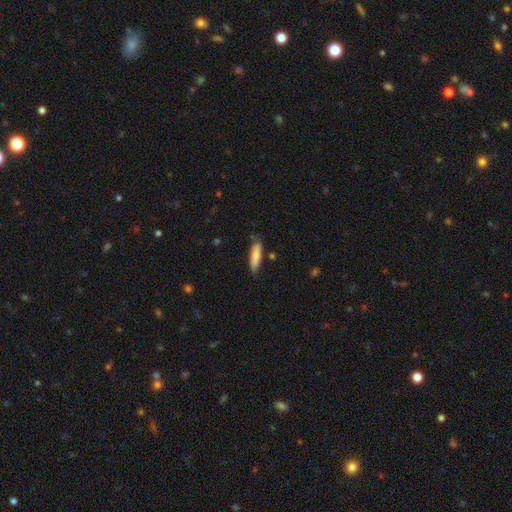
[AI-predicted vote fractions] Smooth or featured: smooth — 80% (featured or disk — 14%)
How rounded: cigar-shaped — 70% (in between — 28%)
Merging: none — 79% (minor disturbance — 16%)